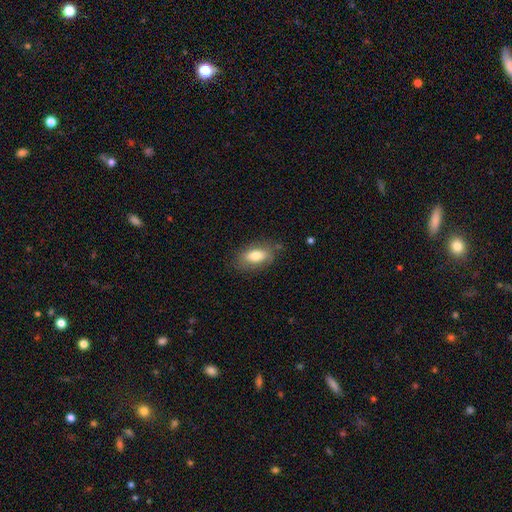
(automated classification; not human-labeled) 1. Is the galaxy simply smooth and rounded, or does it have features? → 76% smooth, 17% featured or disk, 7% star or artifact.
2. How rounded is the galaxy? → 88% in between, 7% round, 6% cigar-shaped.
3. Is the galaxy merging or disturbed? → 77% none, 16% minor disturbance, 5% major disturbance, 2% merger.